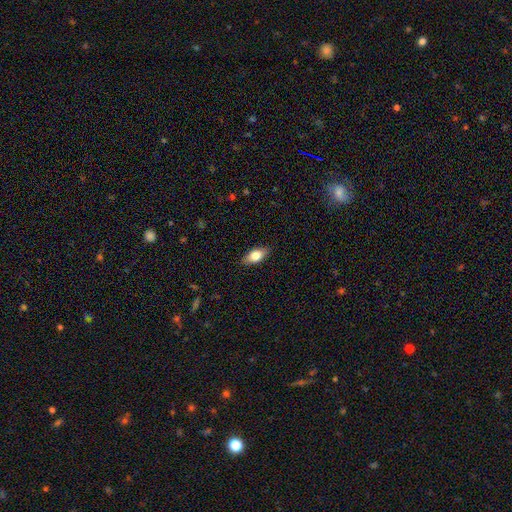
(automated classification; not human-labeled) Smooth or featured: smooth — 75% (featured or disk — 19%)
How rounded: in between — 86% (cigar-shaped — 9%)
Merging: none — 86% (minor disturbance — 11%)